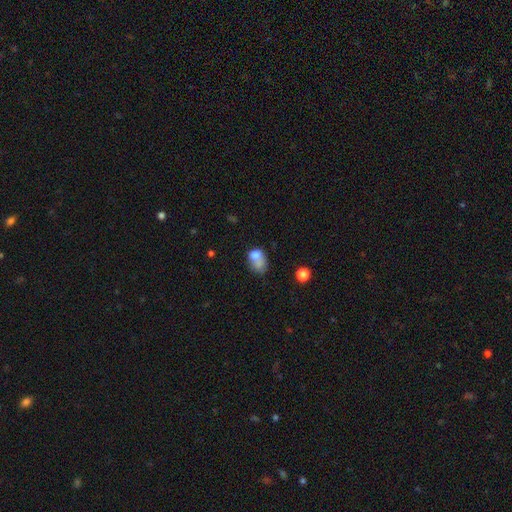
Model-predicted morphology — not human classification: smooth-or-featured: smooth: 69% | featured or disk: 19% | star or artifact: 12%
  how-rounded: in between: 60% | round: 38% | cigar-shaped: 1%
  merging: merger: 39% | none: 25% | minor disturbance: 19% | major disturbance: 18%